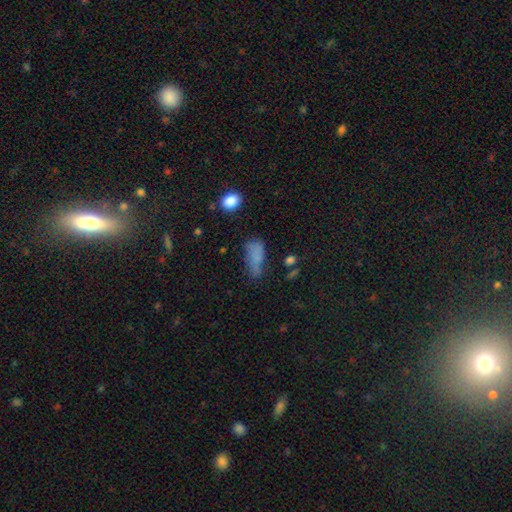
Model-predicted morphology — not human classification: type=smooth (70%); roundness=in between (81%); merging=none (37%).